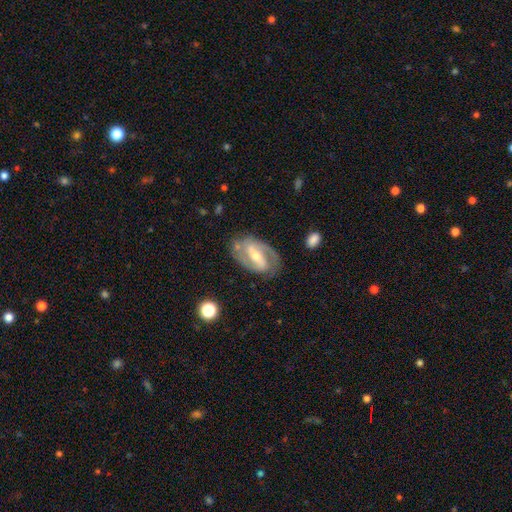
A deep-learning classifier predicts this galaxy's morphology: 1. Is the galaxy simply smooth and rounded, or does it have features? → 84% featured or disk, 11% smooth, 5% star or artifact.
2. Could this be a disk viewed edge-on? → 96% no, 4% yes.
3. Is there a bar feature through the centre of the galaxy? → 57% strong, 31% weak, 13% no.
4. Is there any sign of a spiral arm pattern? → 93% yes, 7% no.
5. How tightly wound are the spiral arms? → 50% medium, 33% tight, 17% loose.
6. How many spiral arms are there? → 89% 2, 5% can't tell, 3% 1, 2% 3, 1% 4, 1% more than 4.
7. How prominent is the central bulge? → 47% moderate (tied), 47% small (tied), 3% large, 2% none, 1% dominant.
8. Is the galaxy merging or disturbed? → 78% none, 14% minor disturbance, 5% major disturbance, 2% merger.